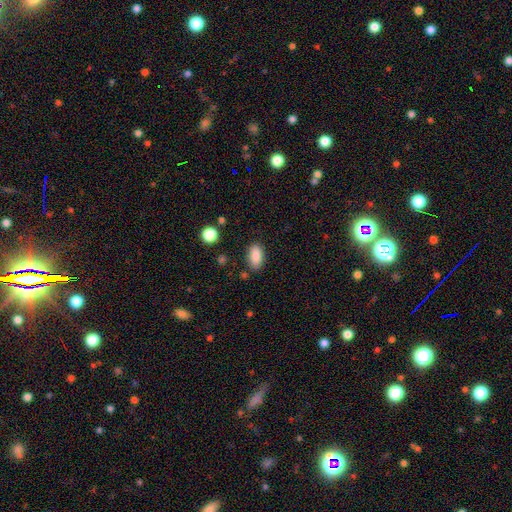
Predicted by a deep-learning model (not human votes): smooth_or_featured: smooth (p=0.87) [alt: star or artifact p=0.08]
how_rounded: in between (p=0.90) [alt: cigar-shaped p=0.06]
merging: none (p=0.84) [alt: minor disturbance p=0.11]